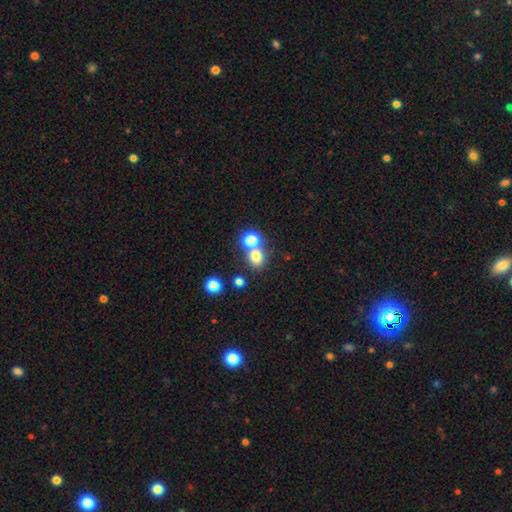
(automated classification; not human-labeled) Smooth or featured? Predicted: smooth (p=0.74). How rounded? Predicted: round (p=0.72). Merging? Predicted: none (p=0.52).